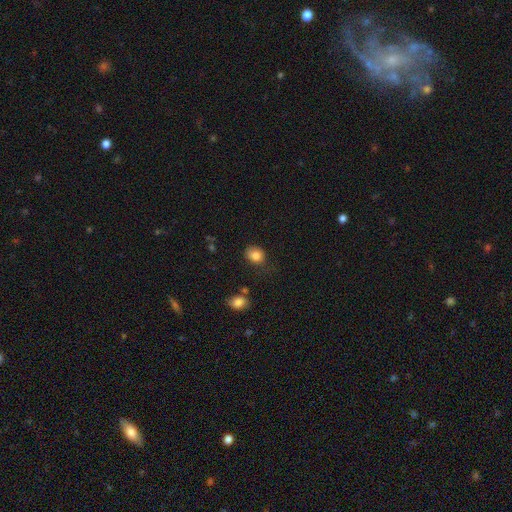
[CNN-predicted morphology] This is clearly a smooth galaxy (83%). How rounded: possibly round (58%). Merging: likely none (69%).